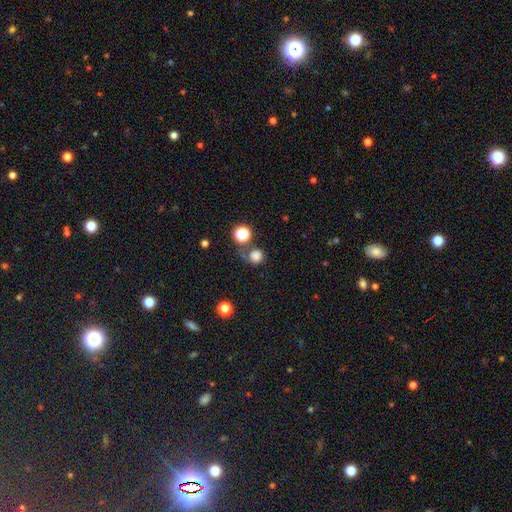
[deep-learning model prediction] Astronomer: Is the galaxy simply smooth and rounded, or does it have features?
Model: smooth — 79%.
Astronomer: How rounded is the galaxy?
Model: round — 88%.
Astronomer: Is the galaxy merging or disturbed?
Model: none — 62%.